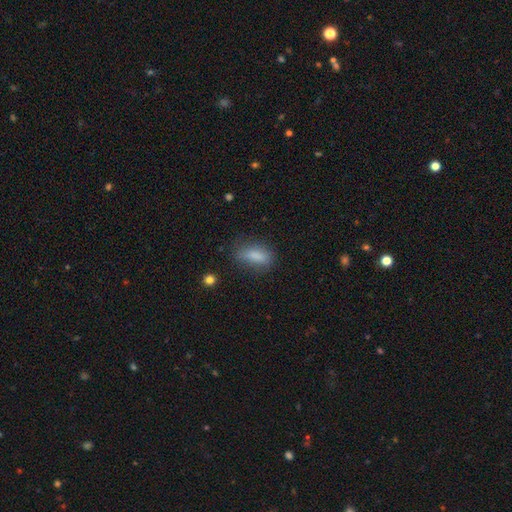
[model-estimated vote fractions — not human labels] smooth 80%, featured or disk 10%, star or artifact 9%. Down the decision tree: how rounded — in between (72%); merging — none (66%).